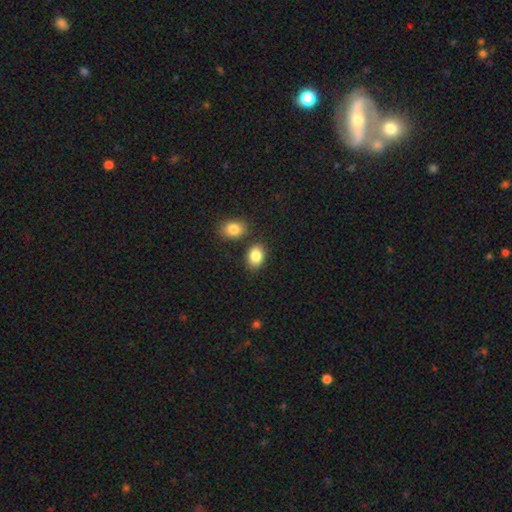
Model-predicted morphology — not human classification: This is clearly a smooth galaxy (86%). How rounded: likely in between (77%). Merging: likely none (75%).